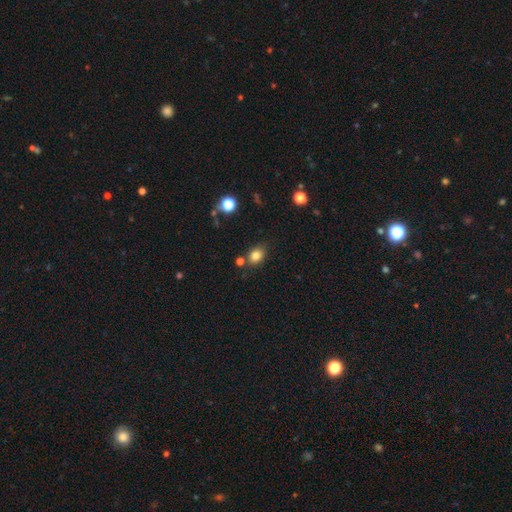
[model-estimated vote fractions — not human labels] Morphology: type=smooth (81%); roundness=in between (56%); merging=none (75%).